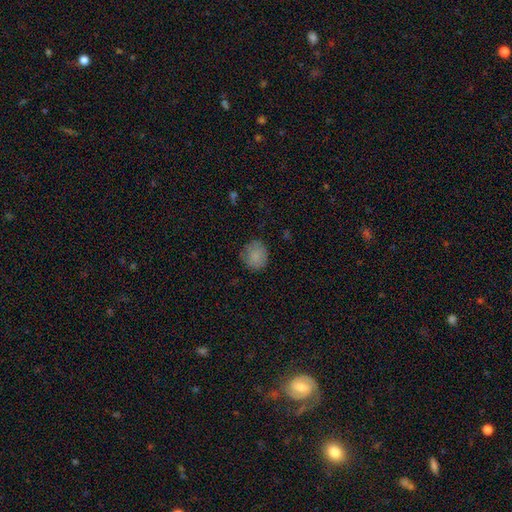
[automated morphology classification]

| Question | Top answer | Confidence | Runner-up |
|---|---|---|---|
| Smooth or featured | smooth | 84% | star or artifact (9%) |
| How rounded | round | 83% | in between (16%) |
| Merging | none | 81% | minor disturbance (15%) |